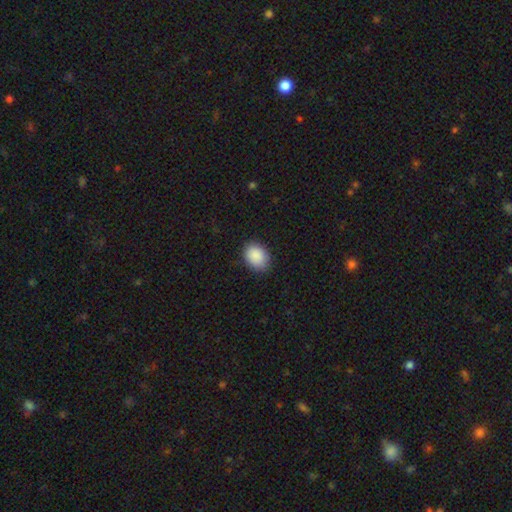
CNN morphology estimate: A smooth galaxy with no disk features (90%) that is in between round and cigar-shaped (68%). Merging: none (84%).